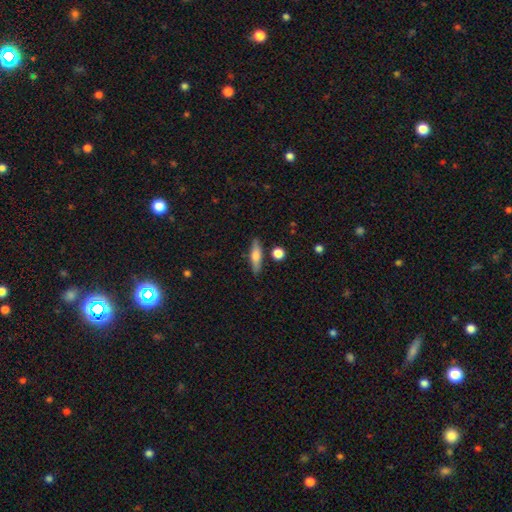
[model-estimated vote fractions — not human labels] Q: Smooth or featured?
A: smooth (61%); runner-up: featured or disk (33%)
Q: How rounded?
A: cigar-shaped (68%); runner-up: in between (28%)
Q: Merging?
A: none (84%); runner-up: minor disturbance (10%)